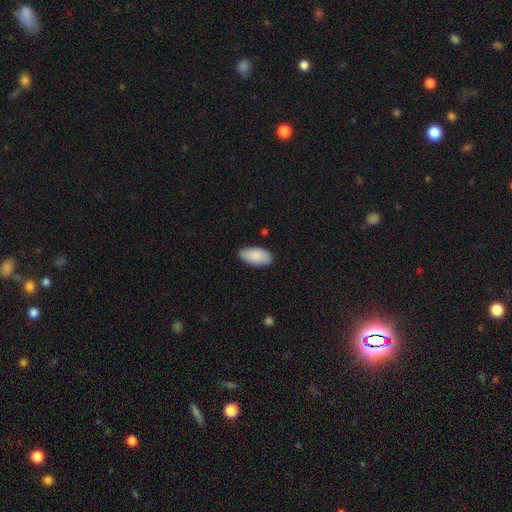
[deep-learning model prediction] This is clearly a smooth galaxy (89%). How rounded: clearly in between (95%). Merging: clearly none (82%).